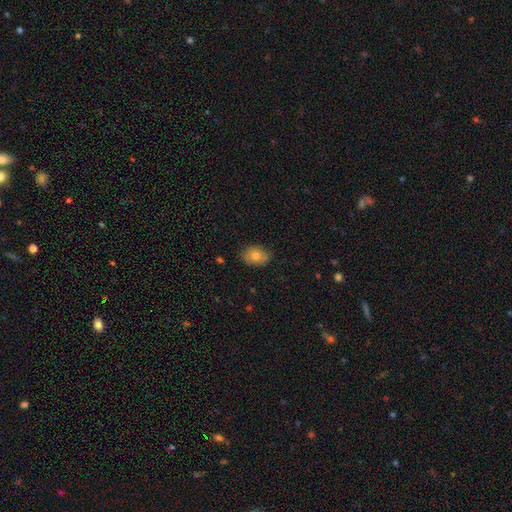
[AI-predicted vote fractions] This is likely a smooth galaxy (77%). How rounded: likely in between (80%). Merging: clearly none (80%).